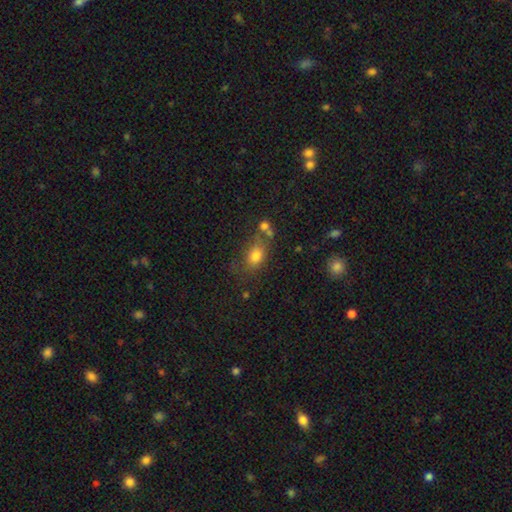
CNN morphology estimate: Overall: smooth (77%). How rounded: in between (72%). Merging: none (55%; minor disturbance 20%).